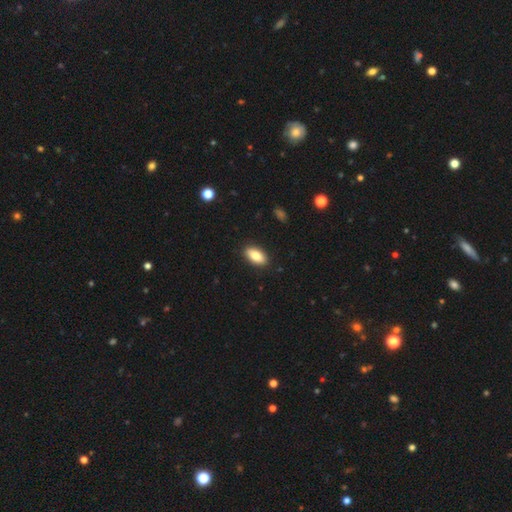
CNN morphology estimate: This is clearly a smooth galaxy (84%). How rounded: clearly in between (90%). Merging: clearly none (89%).